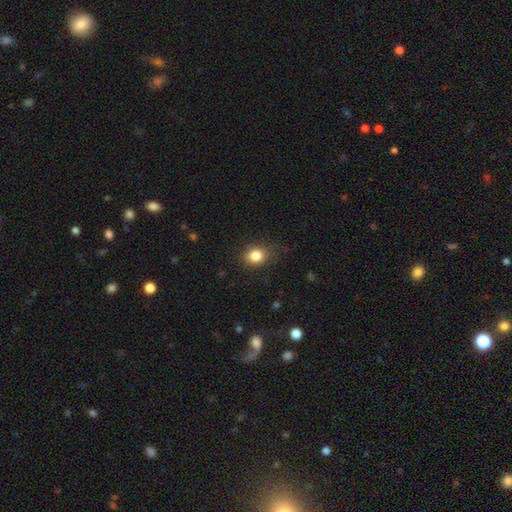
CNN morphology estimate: smooth 83%, star or artifact 10%, featured or disk 6%. Down the decision tree: how rounded — round (53%); merging — none (77%).